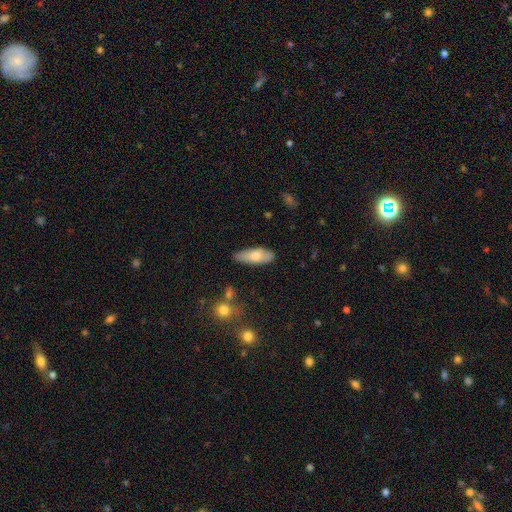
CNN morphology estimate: The model was most divided on "how rounded": in between: 66%, cigar-shaped: 31%, round: 2%. More confident: merging — none (79%); smooth or featured — smooth (72%).